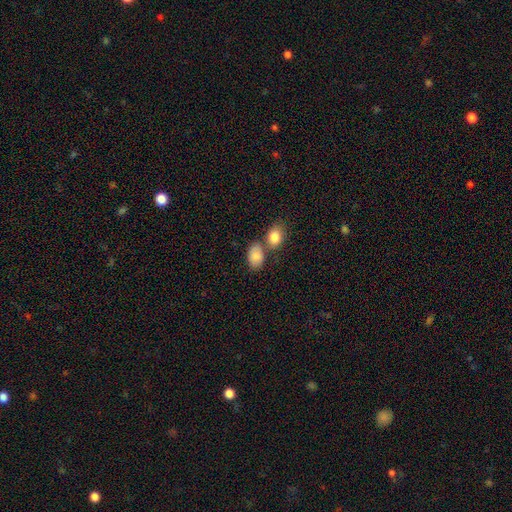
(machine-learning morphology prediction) Smooth or featured? Predicted: smooth (p=0.83). How rounded? Predicted: in between (p=0.85). Merging? Predicted: none (p=0.46).